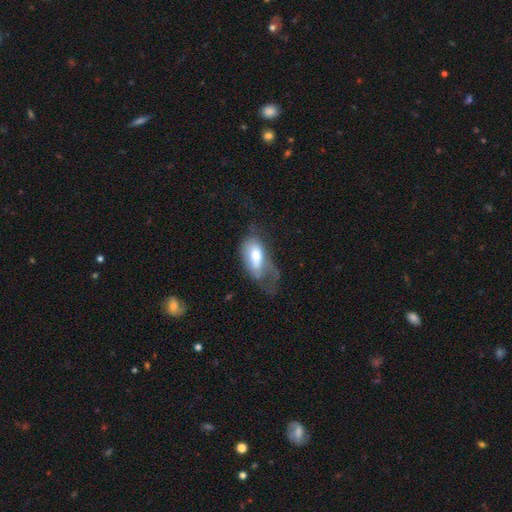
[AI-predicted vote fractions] smooth-or-featured: smooth: 65% | featured or disk: 28% | star or artifact: 7%
  how-rounded: in between: 90% | cigar-shaped: 6% | round: 4%
  merging: major disturbance: 52% | minor disturbance: 24% | none: 20% | merger: 4%